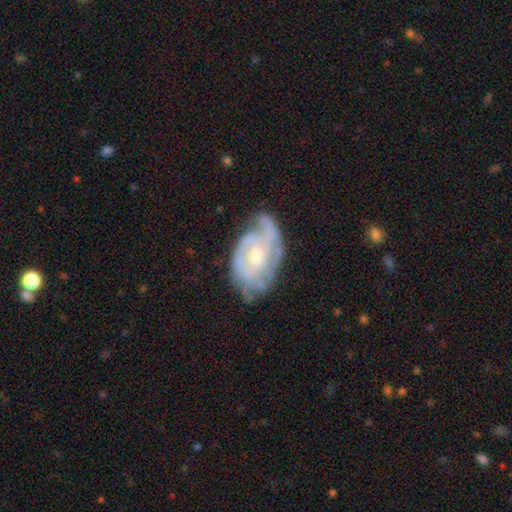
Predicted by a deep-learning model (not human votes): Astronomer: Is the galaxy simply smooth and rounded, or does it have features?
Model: featured or disk — 80%.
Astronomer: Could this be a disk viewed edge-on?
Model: no — 96%.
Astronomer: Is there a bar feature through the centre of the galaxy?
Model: no — 68%.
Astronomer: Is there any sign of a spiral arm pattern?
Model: yes — 88%.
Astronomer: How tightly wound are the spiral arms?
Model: tight — 55% (runner-up: medium, 32%).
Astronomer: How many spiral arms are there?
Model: can't tell — 39% (runner-up: 2, 29%).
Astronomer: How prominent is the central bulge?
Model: small — 49% (runner-up: moderate, 46%).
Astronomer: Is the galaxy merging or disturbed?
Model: none — 54%.